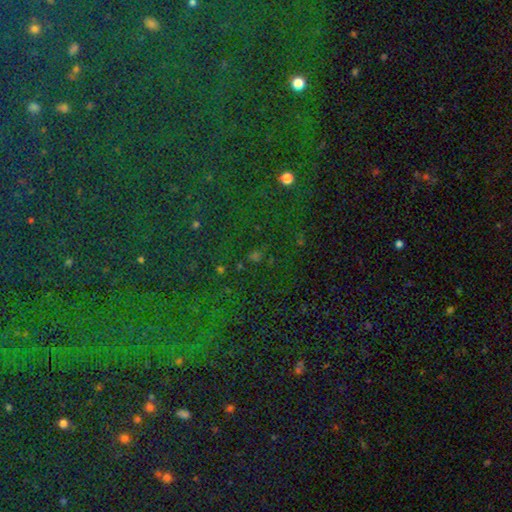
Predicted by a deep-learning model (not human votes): star or artifact 67%, smooth 24%, featured or disk 9%.